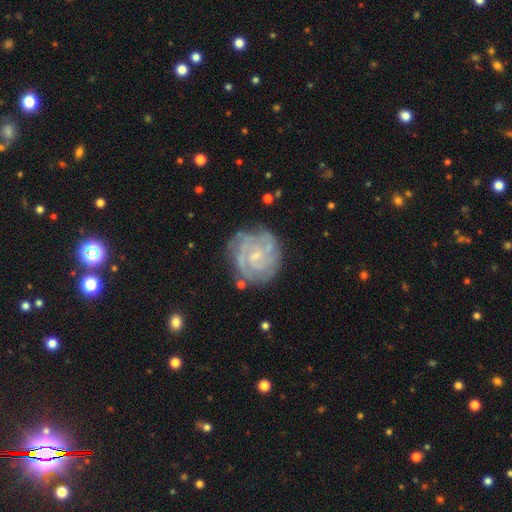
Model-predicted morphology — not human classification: The model was most divided on "spiral arm count": can't tell: 27%, 2: 26%, 3: 24%, 4: 12%, more than 4: 5%, 1: 5%. More confident: edge-on disk — no (98%); spiral arms — yes (95%); smooth or featured — featured or disk (85%); merging — none (73%); bulge size — small (73%); spiral winding — tight (70%); bar — no (55%).